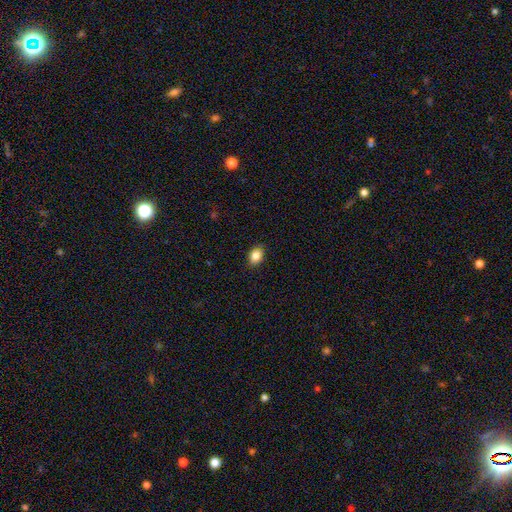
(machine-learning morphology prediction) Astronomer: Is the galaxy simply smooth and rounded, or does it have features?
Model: smooth — 86%.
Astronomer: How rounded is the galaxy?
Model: in between — 76%.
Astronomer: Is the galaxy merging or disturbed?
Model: none — 88%.